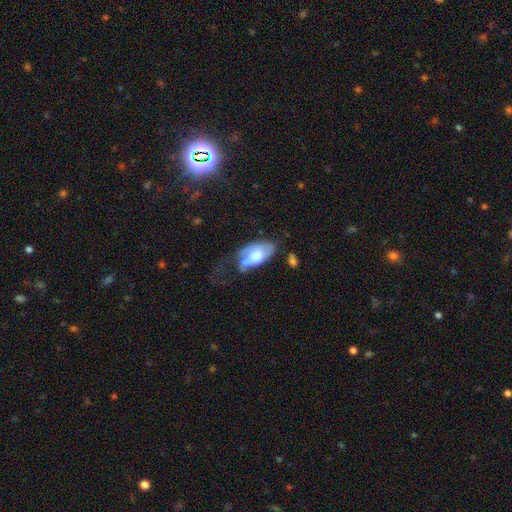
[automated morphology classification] smooth-or-featured: smooth: 51% | featured or disk: 43% | star or artifact: 7%
  how-rounded: in between: 92% | round: 5% | cigar-shaped: 4%
  merging: major disturbance: 35% | minor disturbance: 24% | none: 20% | merger: 20%